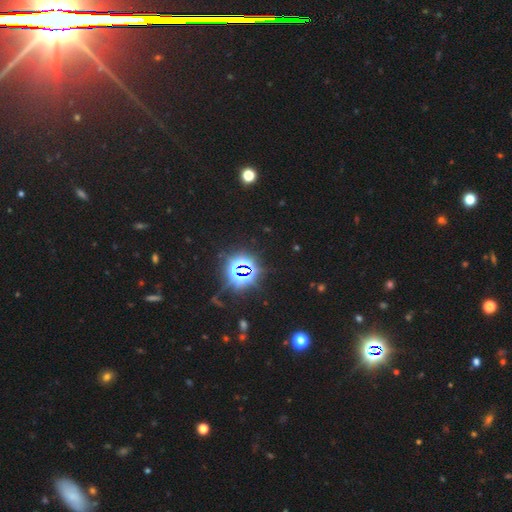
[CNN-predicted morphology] smooth_or_featured: star or artifact (p=0.80) [alt: smooth p=0.13]